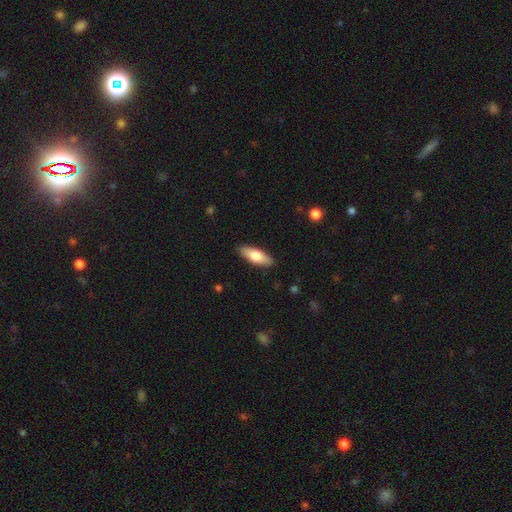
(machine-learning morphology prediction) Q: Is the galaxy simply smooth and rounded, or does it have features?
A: smooth — 68%.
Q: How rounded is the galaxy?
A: in between — 66%.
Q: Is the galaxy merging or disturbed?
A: none — 89%.